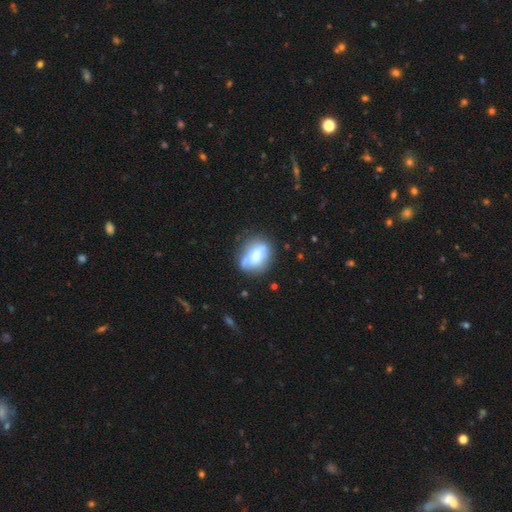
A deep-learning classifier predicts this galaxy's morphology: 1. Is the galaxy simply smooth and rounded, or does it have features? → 52% smooth, 40% featured or disk, 8% star or artifact.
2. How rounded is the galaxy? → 67% in between, 28% round, 5% cigar-shaped.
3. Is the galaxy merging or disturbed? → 65% none, 23% minor disturbance, 8% major disturbance, 4% merger.